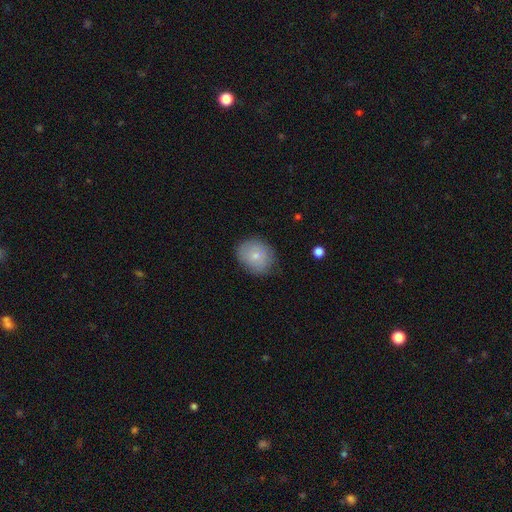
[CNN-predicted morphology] type=smooth (76%); roundness=round (56%); merging=none (75%).